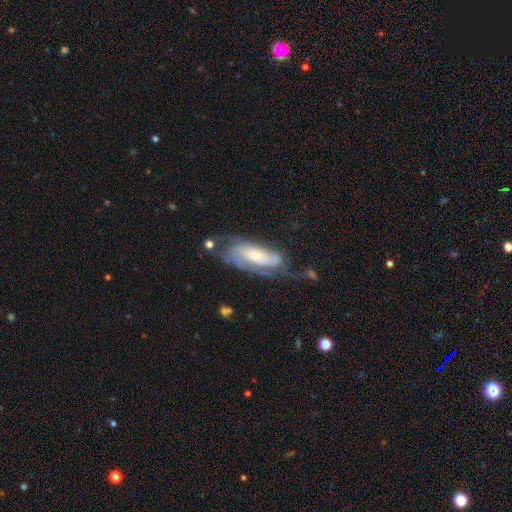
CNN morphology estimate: Overall: featured or disk (76%). Edge-on disk: no (89%). Bar: no (59%; weak 29%). Spiral arms: yes (92%). Spiral arm count: 2 (46%; can't tell 30%). Spiral winding: tight (54%; medium 34%). Bulge size: small (45%; moderate 38%). Merging: none (53%; minor disturbance 24%).